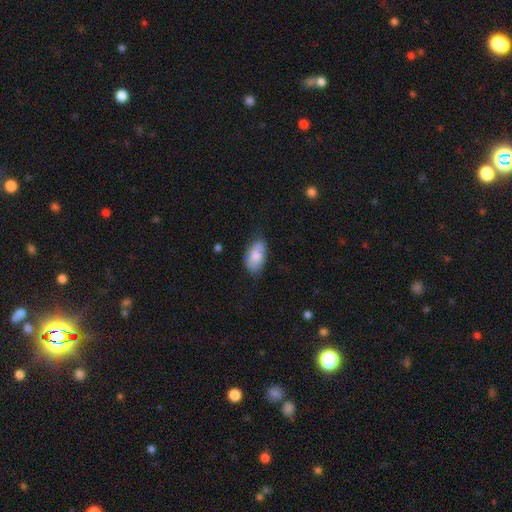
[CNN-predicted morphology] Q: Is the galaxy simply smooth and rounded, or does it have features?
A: smooth — 76%.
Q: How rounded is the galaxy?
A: in between — 93%.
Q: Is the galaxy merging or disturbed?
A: none — 56%.